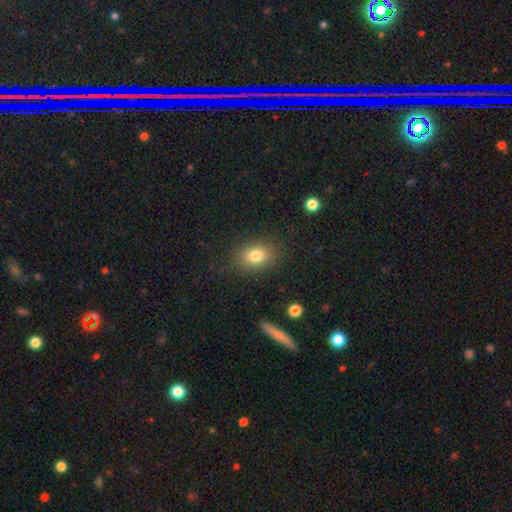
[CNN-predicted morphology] A smooth galaxy with no disk features (79%) that is in between round and cigar-shaped (70%).

Vote fractions:
- Smooth or featured? smooth: 79% / star or artifact: 11% / featured or disk: 10%
- How rounded? in between: 70% / round: 28% / cigar-shaped: 1%
- Merging? none: 84% / minor disturbance: 11% / major disturbance: 4% / merger: 1%